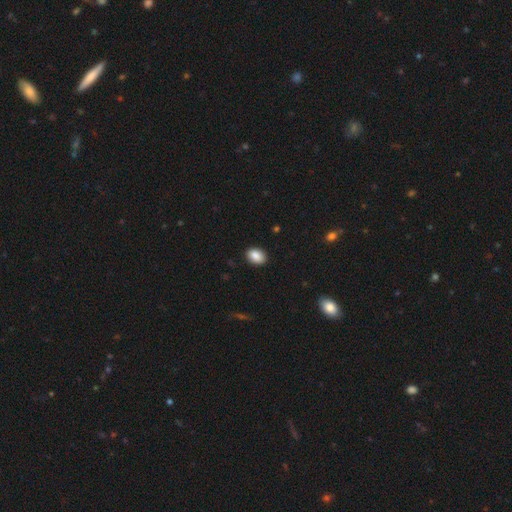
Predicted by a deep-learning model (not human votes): A smooth galaxy with no disk features (88%) that is in between round and cigar-shaped (76%).

Vote fractions:
- Smooth or featured? smooth: 88% / star or artifact: 8% / featured or disk: 5%
- How rounded? in between: 76% / round: 23% / cigar-shaped: 1%
- Merging? none: 90% / minor disturbance: 8% / major disturbance: 2% / merger: 1%